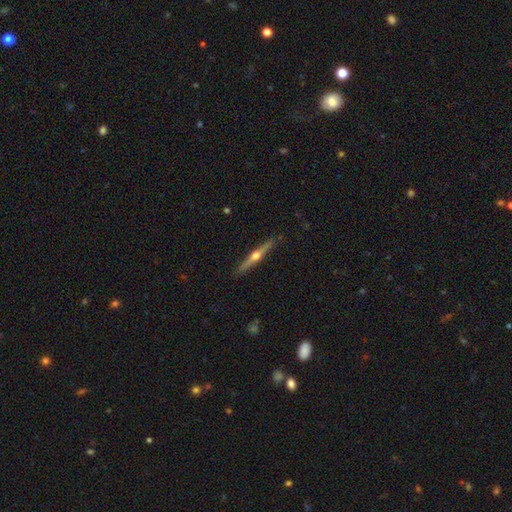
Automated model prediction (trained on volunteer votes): The model was most divided on "smooth or featured": featured or disk: 74%, smooth: 21%, star or artifact: 5%. More confident: edge-on disk — yes (98%); edge-on bulge — rounded (94%); merging — none (89%).